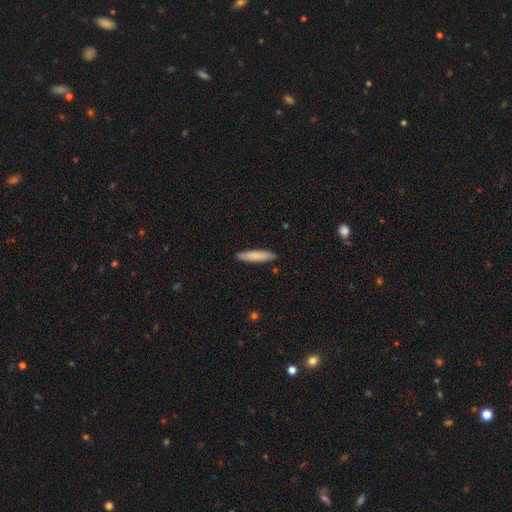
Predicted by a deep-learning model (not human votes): This is clearly a smooth galaxy (83%). How rounded: clearly cigar-shaped (82%). Merging: clearly none (90%).